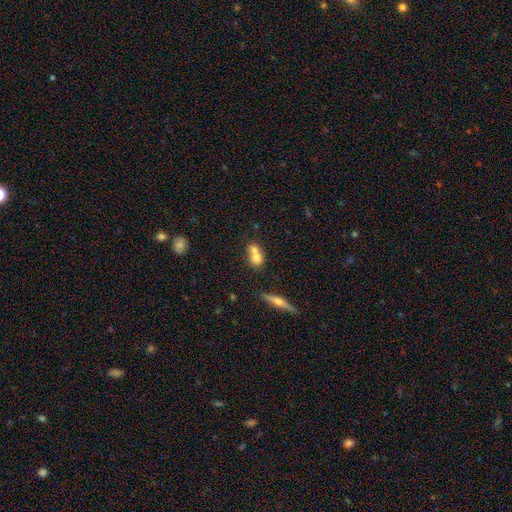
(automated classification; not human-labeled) Q: Smooth or featured?
A: smooth (69%); runner-up: featured or disk (22%)
Q: How rounded?
A: in between (48%); runner-up: round (47%)
Q: Merging?
A: merger (61%); runner-up: none (28%)